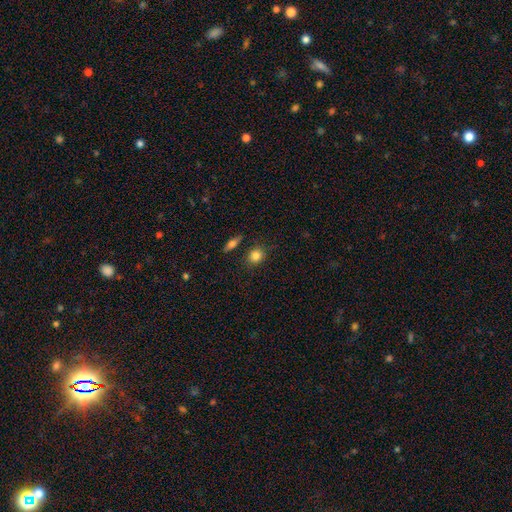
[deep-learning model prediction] Smooth or featured: smooth — 83% (star or artifact — 9%)
How rounded: round — 69% (in between — 29%)
Merging: none — 81% (minor disturbance — 11%)